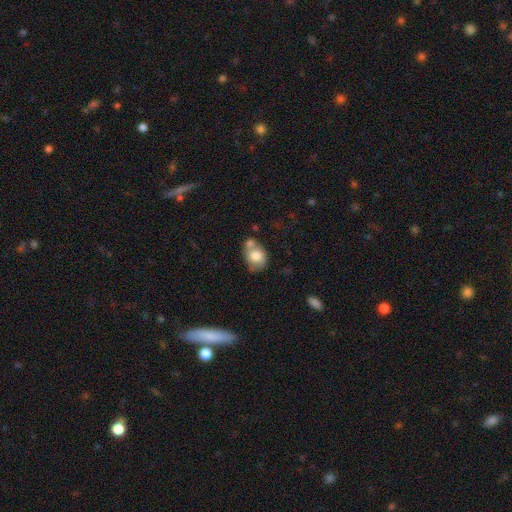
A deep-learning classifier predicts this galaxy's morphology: This appears to be a smooth galaxy with no disk features (75%) that is round (50%). Merging: merger (38%, tied with none).